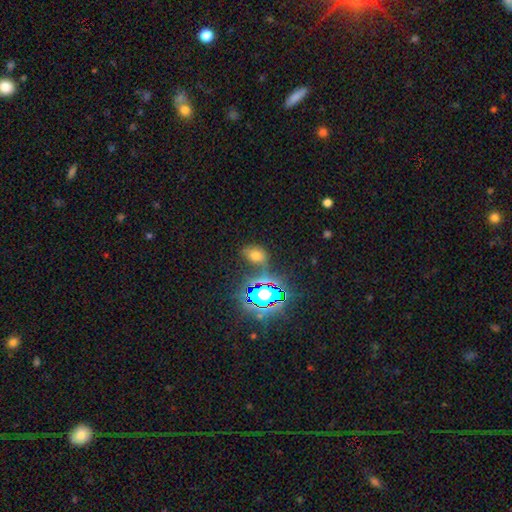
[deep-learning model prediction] Overall: smooth (54%; star or artifact 34%). How rounded: in between (77%). Merging: none (59%; minor disturbance 20%).